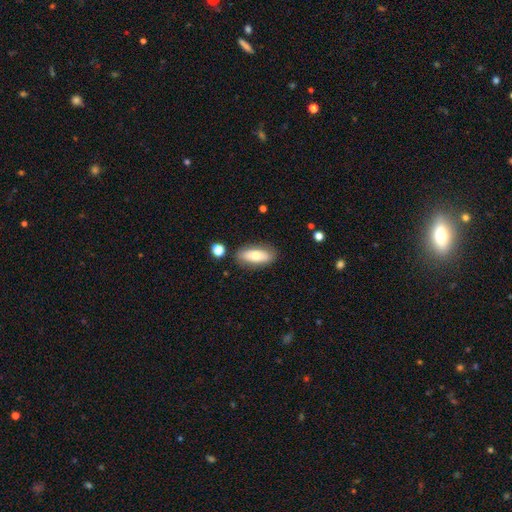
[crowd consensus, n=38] smooth 63%, featured or disk 32%, star or artifact 5%. Down the decision tree: how rounded — in between (92%); merging — none (92%).